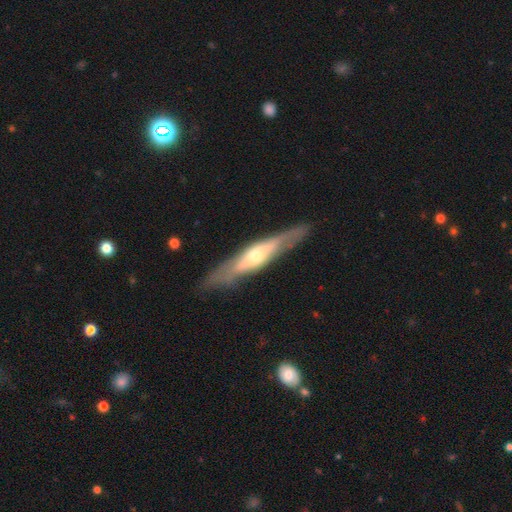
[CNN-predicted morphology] smooth_or_featured: featured or disk (p=0.66) [alt: smooth p=0.29]
disk_edge_on: yes (p=0.76) [alt: no p=0.24]
merging: none (p=0.84) [alt: minor disturbance p=0.11]